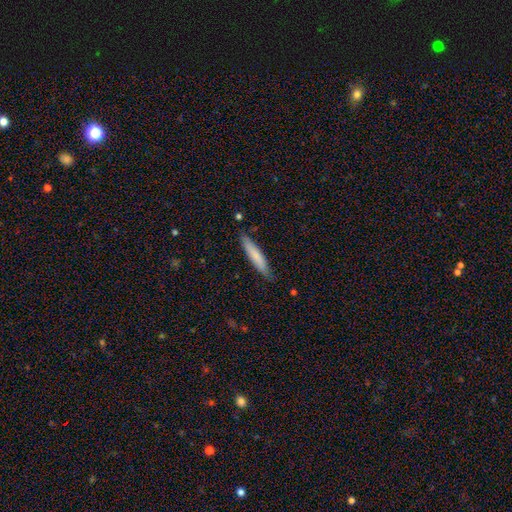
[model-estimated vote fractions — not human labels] Smooth or featured? Predicted: smooth (p=0.77). How rounded? Predicted: cigar-shaped (p=0.88). Merging? Predicted: none (p=0.84).